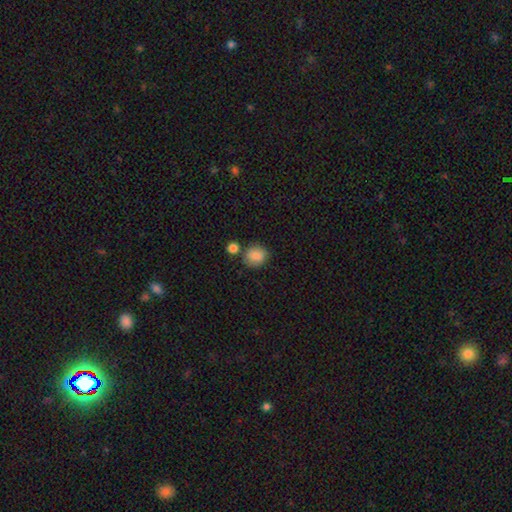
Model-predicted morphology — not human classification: This appears to be a smooth galaxy with no disk features (86%) that is round (74%). Merging: none (73%).